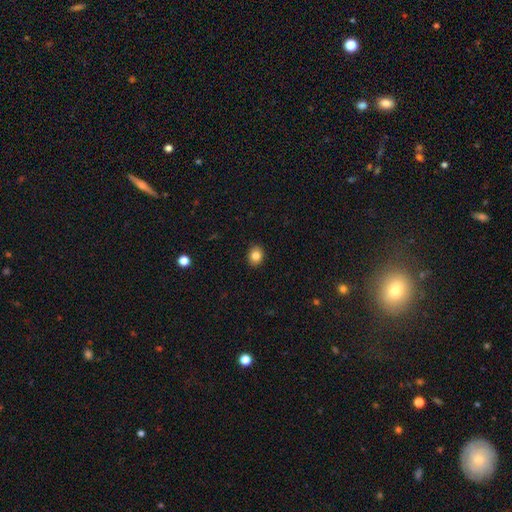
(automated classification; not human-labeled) This is clearly a smooth galaxy (83%). How rounded: possibly round (58%). Merging: clearly none (89%).